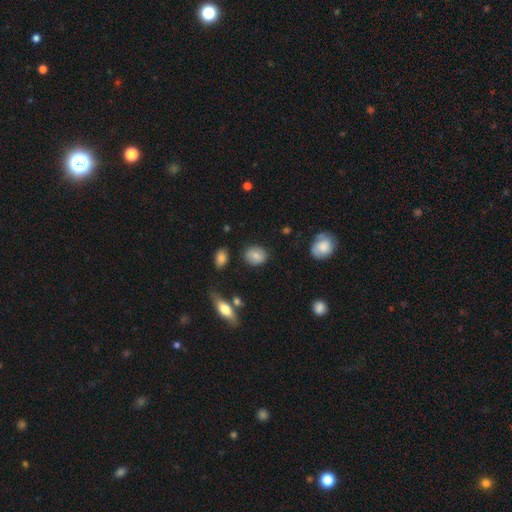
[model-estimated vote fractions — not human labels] Q: Smooth or featured?
A: smooth (75%); runner-up: featured or disk (16%)
Q: How rounded?
A: round (59%); runner-up: in between (39%)
Q: Merging?
A: none (83%); runner-up: minor disturbance (12%)